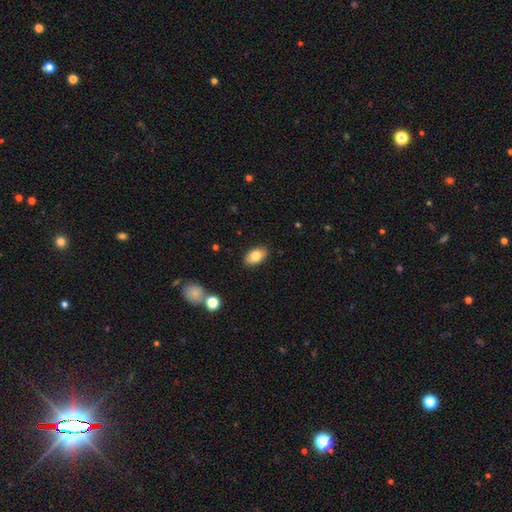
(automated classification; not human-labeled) Smooth or featured?
  - smooth: 80% *
  - featured or disk: 12%
  - star or artifact: 8%
How rounded?
  - in between: 91% *
  - round: 7%
  - cigar-shaped: 2%
Merging?
  - none: 88% *
  - minor disturbance: 9%
  - major disturbance: 2%
  - merger: 2%